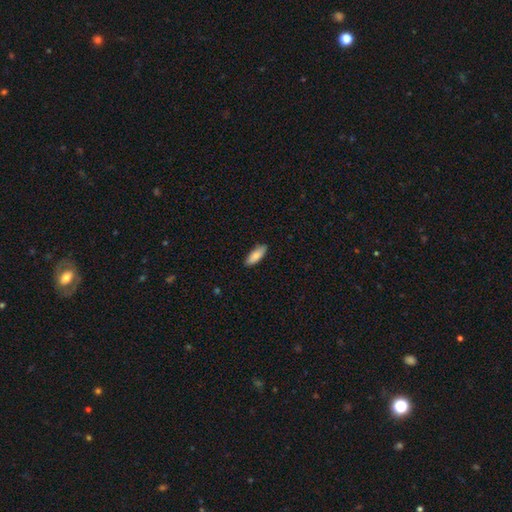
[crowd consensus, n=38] This appears to be a smooth galaxy with no disk features (79%) that is in between round and cigar-shaped (63%). Merging: none (95%).